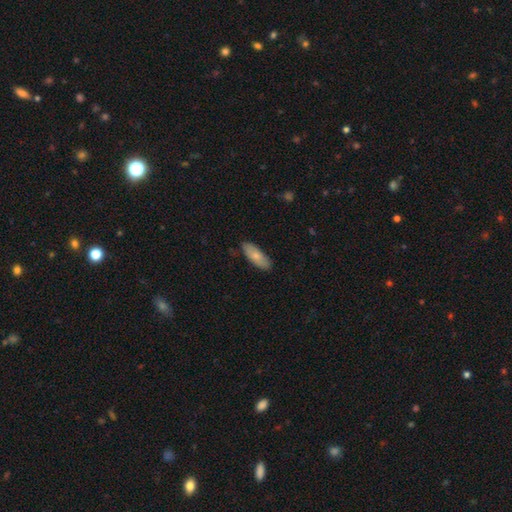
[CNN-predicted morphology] Q: Smooth or featured?
A: smooth (78%); runner-up: featured or disk (17%)
Q: How rounded?
A: in between (71%); runner-up: cigar-shaped (27%)
Q: Merging?
A: none (84%); runner-up: minor disturbance (12%)